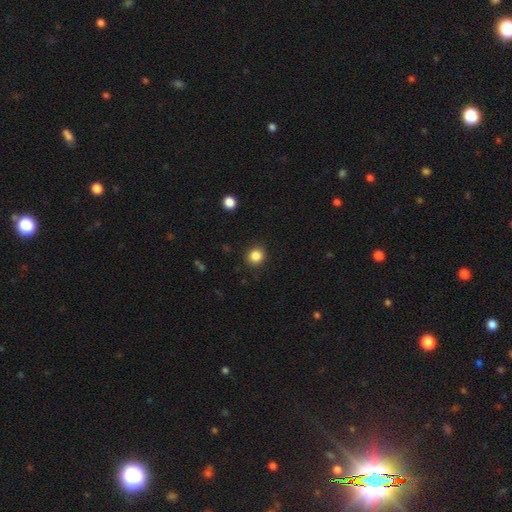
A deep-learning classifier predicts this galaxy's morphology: A smooth galaxy with no disk features (86%) that is round (89%). Merging: none (91%).